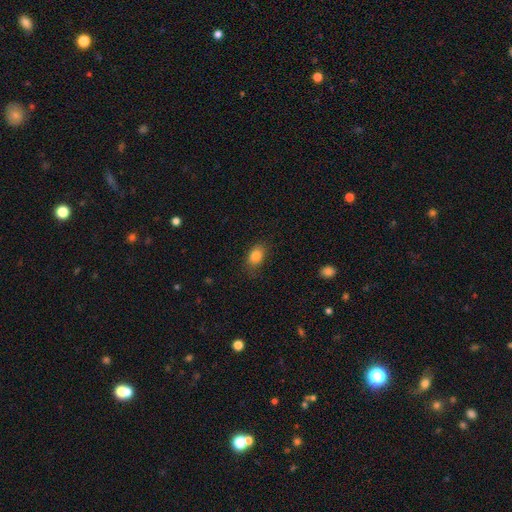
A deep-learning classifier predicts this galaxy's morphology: Overall: smooth (83%). How rounded: in between (81%). Merging: none (79%).